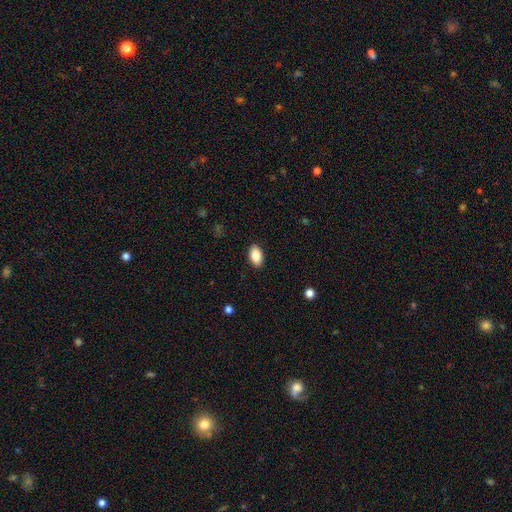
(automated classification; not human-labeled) A smooth galaxy with no disk features (88%) that is in between round and cigar-shaped (93%).

Vote fractions:
- Smooth or featured? smooth: 88% / star or artifact: 7% / featured or disk: 5%
- How rounded? in between: 93% / round: 5% / cigar-shaped: 2%
- Merging? none: 89% / minor disturbance: 8% / major disturbance: 2% / merger: 1%